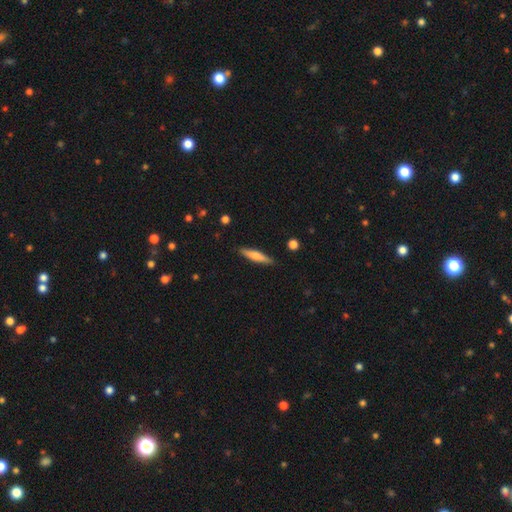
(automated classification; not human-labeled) Smooth or featured?
  - smooth: 62% *
  - featured or disk: 32%
  - star or artifact: 6%
How rounded?
  - cigar-shaped: 85% *
  - in between: 13%
  - round: 2%
Merging?
  - none: 88% *
  - minor disturbance: 8%
  - major disturbance: 2%
  - merger: 1%